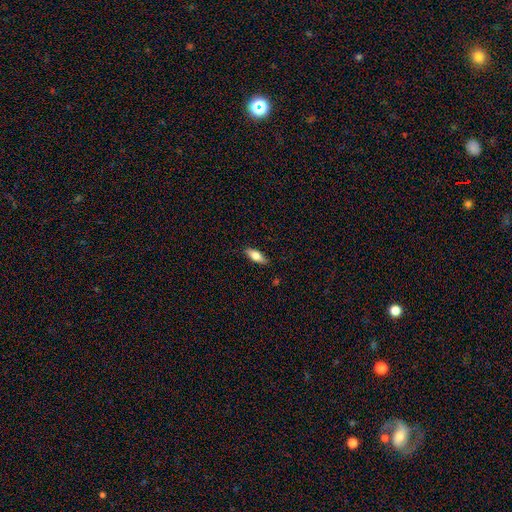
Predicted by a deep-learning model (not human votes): Smooth or featured? Predicted: smooth (p=0.69). How rounded? Predicted: in between (p=0.73). Merging? Predicted: none (p=0.86).